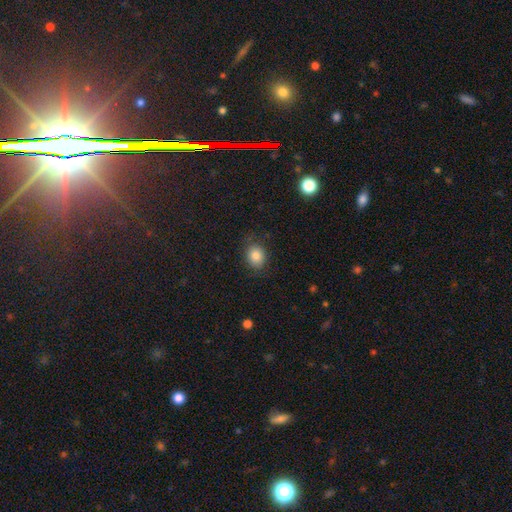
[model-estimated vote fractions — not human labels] Q: Smooth or featured?
A: smooth (84%); runner-up: star or artifact (10%)
Q: How rounded?
A: round (57%); runner-up: in between (42%)
Q: Merging?
A: none (81%); runner-up: minor disturbance (14%)